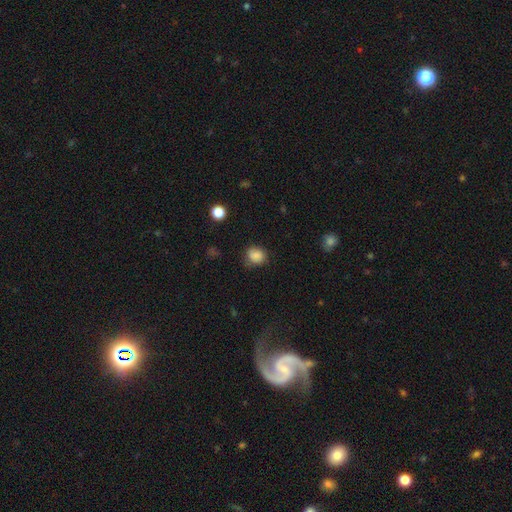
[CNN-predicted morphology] Smooth or featured: smooth — 85% (star or artifact — 11%)
How rounded: round — 70% (in between — 29%)
Merging: none — 75% (minor disturbance — 19%)